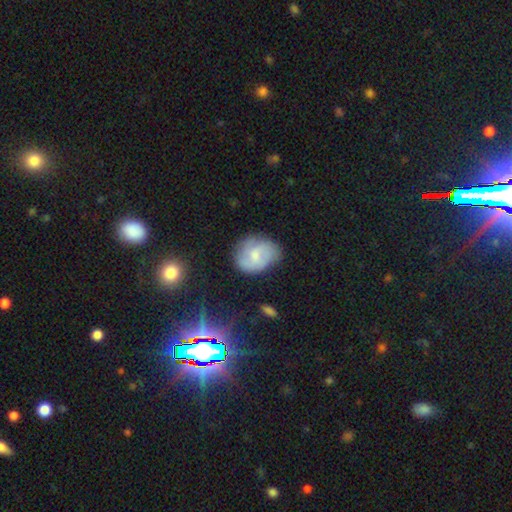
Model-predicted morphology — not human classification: type=smooth (47%); merging=none (65%).